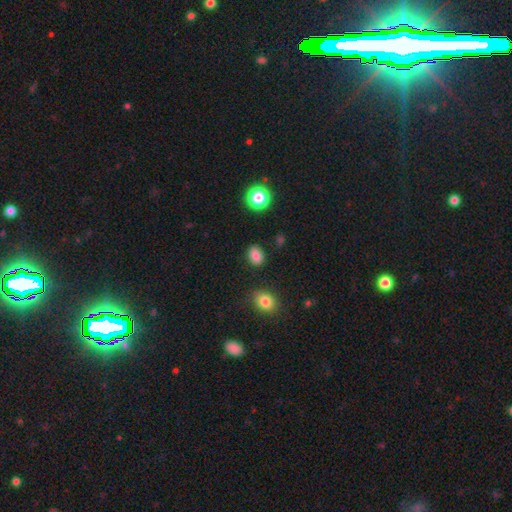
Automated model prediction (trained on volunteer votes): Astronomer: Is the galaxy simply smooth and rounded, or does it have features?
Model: smooth — 84%.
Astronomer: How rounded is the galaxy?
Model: in between — 69%.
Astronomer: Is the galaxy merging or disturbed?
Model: none — 86%.